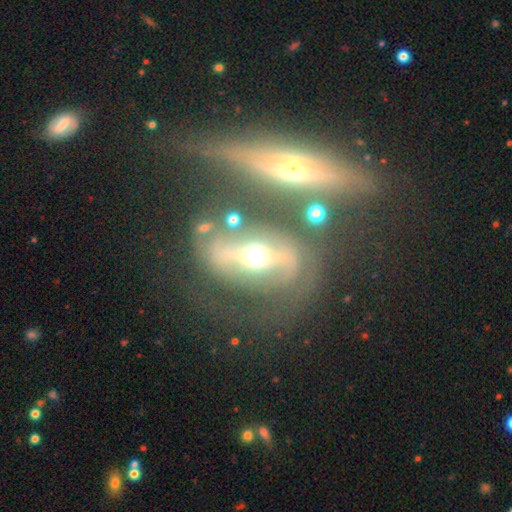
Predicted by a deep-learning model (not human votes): The model was most divided on "merging": none: 42%, merger: 32%, minor disturbance: 14%, major disturbance: 13%. More confident: smooth or featured — featured or disk (80%); bulge size — moderate (73%); edge-on disk — no (64%); spiral arms — yes (61%); bar — strong (58%).